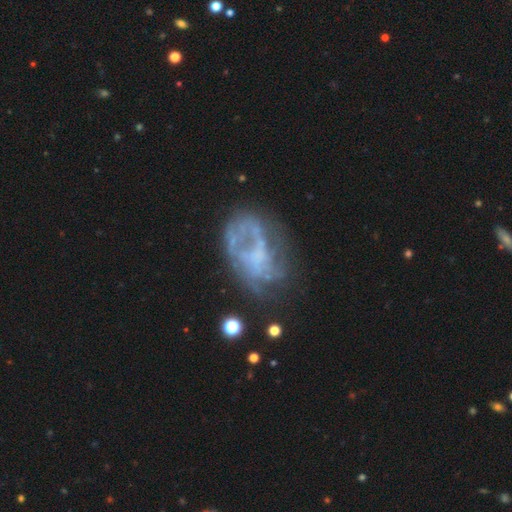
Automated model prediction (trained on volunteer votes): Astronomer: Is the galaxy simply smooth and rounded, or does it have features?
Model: featured or disk — 69%.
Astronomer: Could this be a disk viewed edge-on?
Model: no — 97%.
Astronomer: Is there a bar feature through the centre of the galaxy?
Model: no — 76%.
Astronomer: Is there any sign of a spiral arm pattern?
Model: no — 59% (runner-up: yes, 41%).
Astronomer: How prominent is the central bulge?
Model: none — 67%.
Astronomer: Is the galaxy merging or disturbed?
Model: none — 41% (runner-up: major disturbance, 32%).